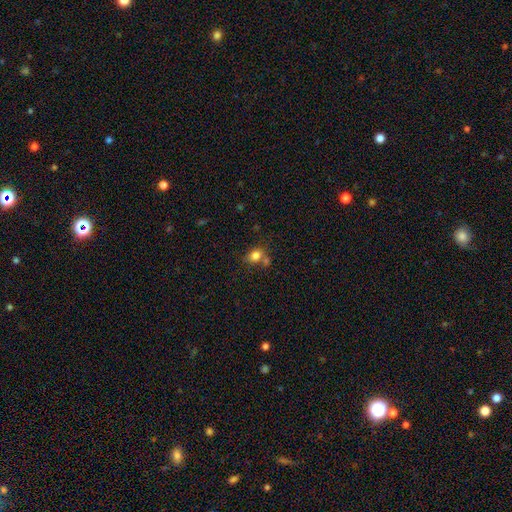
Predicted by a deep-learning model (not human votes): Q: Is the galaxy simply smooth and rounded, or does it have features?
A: smooth — 81%.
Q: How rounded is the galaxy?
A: in between — 51%.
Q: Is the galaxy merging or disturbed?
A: none — 55%.